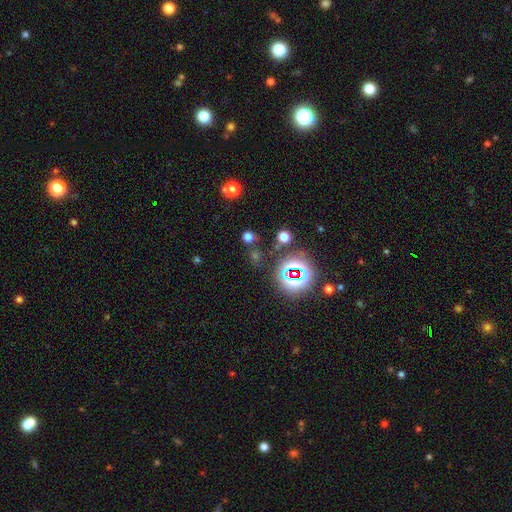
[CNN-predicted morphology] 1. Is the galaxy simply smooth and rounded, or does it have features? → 64% star or artifact, 29% smooth, 8% featured or disk.